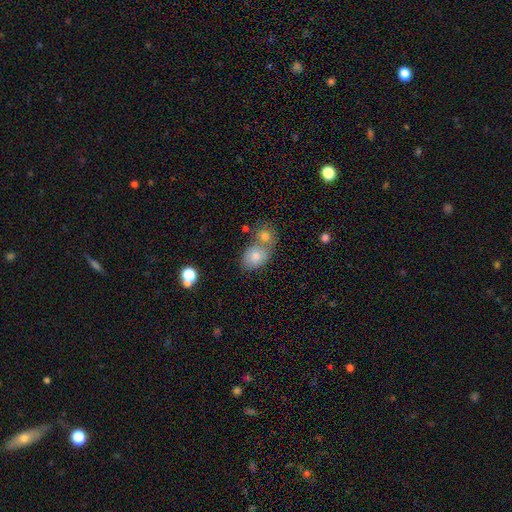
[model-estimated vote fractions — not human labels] Smooth or featured? Predicted: smooth (p=0.77). How rounded? Predicted: in between (p=0.66). Merging? Predicted: merger (p=0.47).